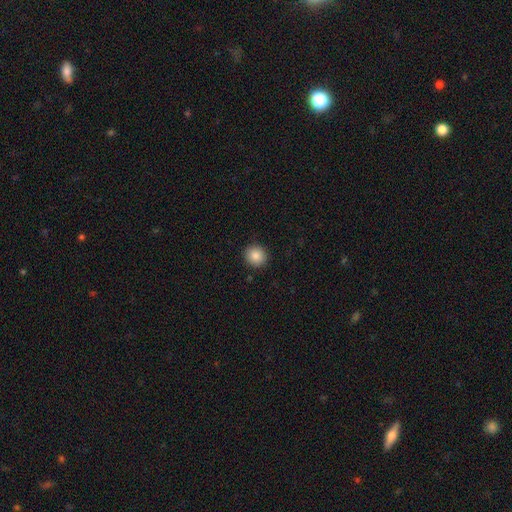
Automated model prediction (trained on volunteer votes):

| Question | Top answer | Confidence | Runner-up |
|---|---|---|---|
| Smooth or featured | smooth | 86% | star or artifact (9%) |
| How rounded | round | 88% | in between (11%) |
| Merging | none | 91% | minor disturbance (6%) |